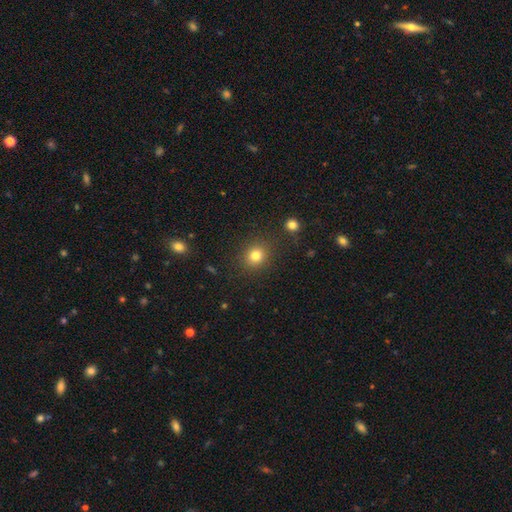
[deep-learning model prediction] The model was most divided on "how rounded": round: 81%, in between: 18%, cigar-shaped: 1%. More confident: merging — none (87%); smooth or featured — smooth (80%).